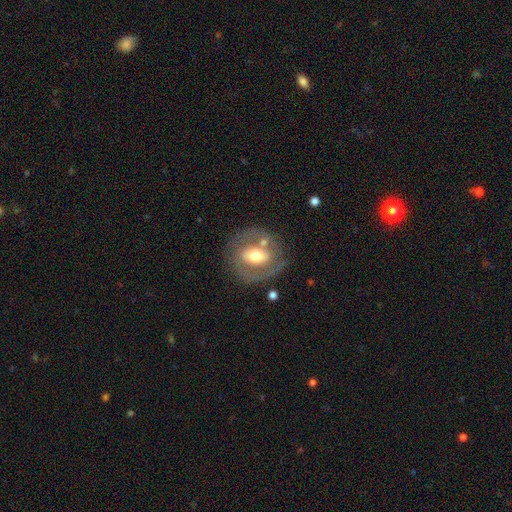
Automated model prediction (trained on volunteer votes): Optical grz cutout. It shows a featured or disk galaxy (62%) with a weak bar (34%), no spiral arms (57%) and a moderate central bulge (68%). Merging: none (72%).